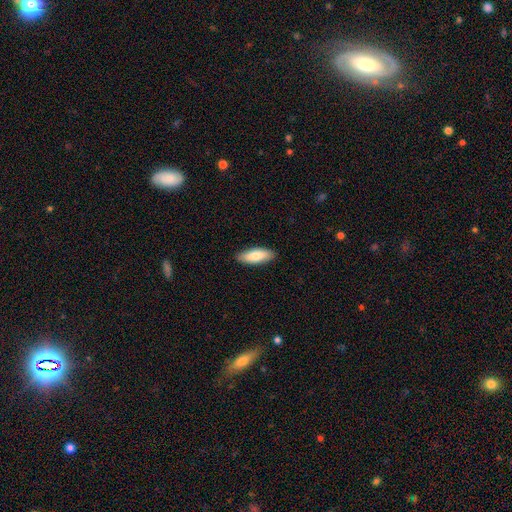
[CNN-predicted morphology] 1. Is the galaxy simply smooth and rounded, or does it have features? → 80% smooth, 14% featured or disk, 5% star or artifact.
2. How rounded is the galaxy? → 69% in between, 30% cigar-shaped, 2% round.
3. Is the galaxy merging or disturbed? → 89% none, 9% minor disturbance, 2% major disturbance, 1% merger.